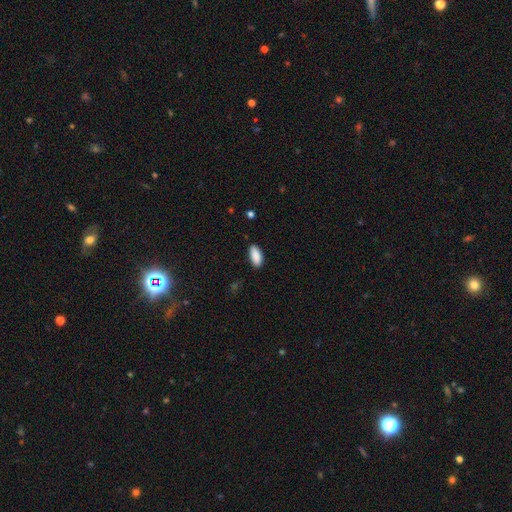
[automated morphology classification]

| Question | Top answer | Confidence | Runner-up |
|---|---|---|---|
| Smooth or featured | smooth | 90% | star or artifact (6%) |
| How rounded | in between | 90% | cigar-shaped (8%) |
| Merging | none | 85% | minor disturbance (12%) |